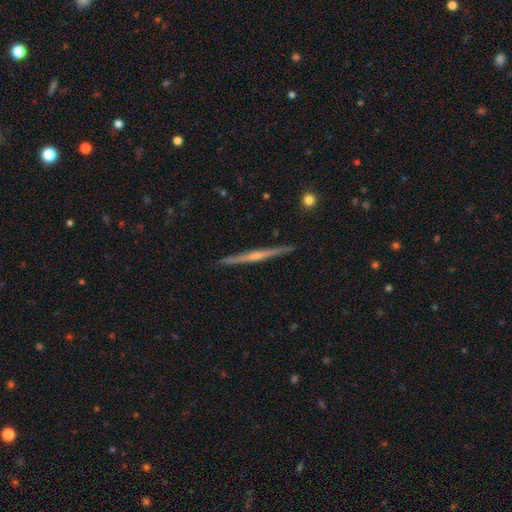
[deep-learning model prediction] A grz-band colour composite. It shows a featured or disk galaxy (78%) viewed edge-on (99%) with a rounded central bulge (68%). Merging: none (92%).